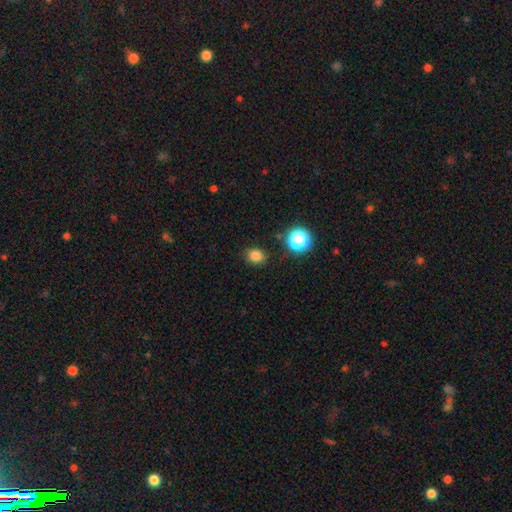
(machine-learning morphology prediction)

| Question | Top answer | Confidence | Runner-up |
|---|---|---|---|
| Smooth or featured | smooth | 81% | star or artifact (15%) |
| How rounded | round | 61% | in between (38%) |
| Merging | none | 86% | minor disturbance (9%) |